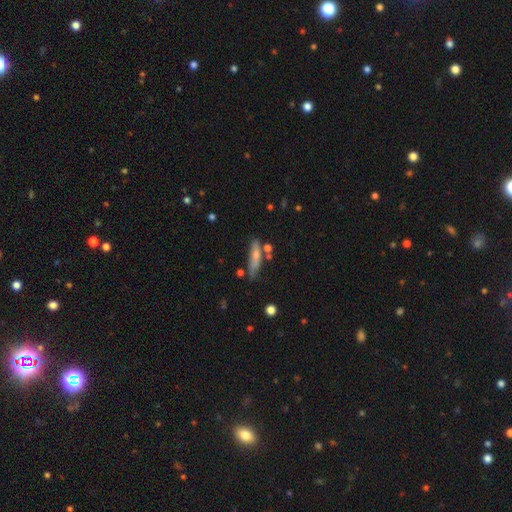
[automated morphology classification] A smooth galaxy with no disk features (66%) that is cigar-shaped (76%). Merging: none (66%).